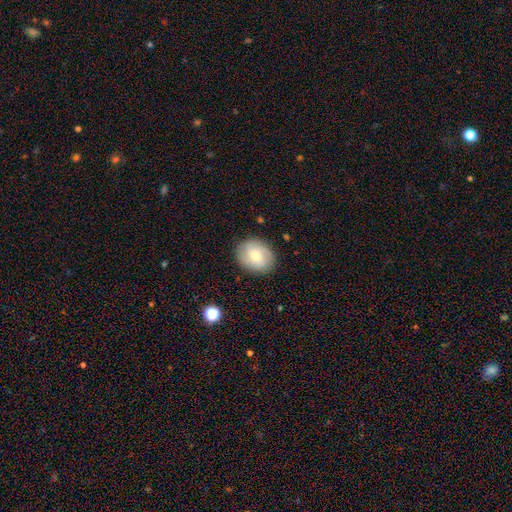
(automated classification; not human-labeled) This is possibly a smooth galaxy (52%). How rounded: possibly round (54%). Merging: clearly none (86%).